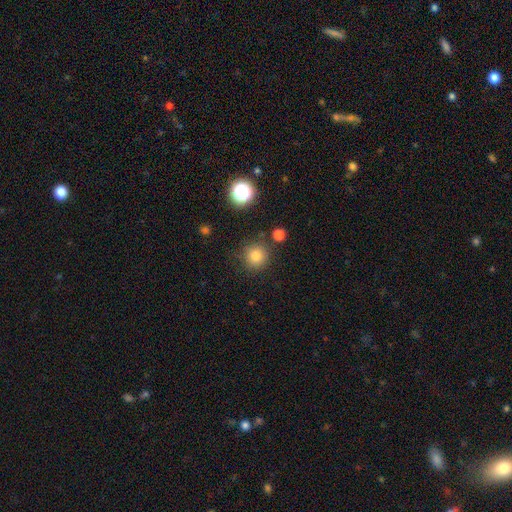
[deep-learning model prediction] This appears to be a smooth galaxy with no disk features (81%) that is round (93%). Merging: none (83%).